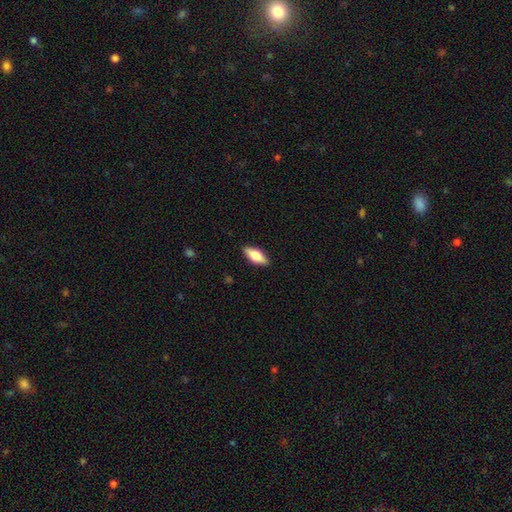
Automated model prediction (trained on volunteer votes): Q: Smooth or featured?
A: smooth (64%); runner-up: featured or disk (30%)
Q: How rounded?
A: in between (76%); runner-up: cigar-shaped (21%)
Q: Merging?
A: none (88%); runner-up: minor disturbance (9%)